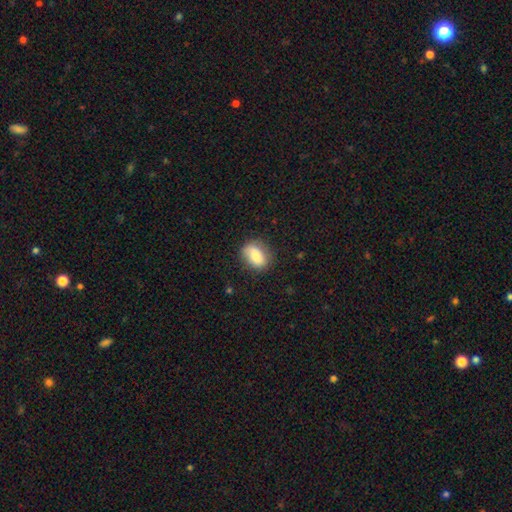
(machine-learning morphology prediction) This appears to be a smooth galaxy with no disk features (77%) that is in between round and cigar-shaped (71%). Merging: none (74%).